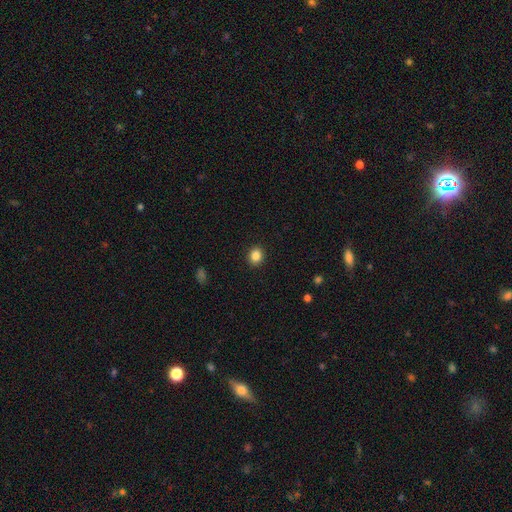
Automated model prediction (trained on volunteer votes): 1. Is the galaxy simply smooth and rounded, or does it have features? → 85% smooth, 10% star or artifact, 4% featured or disk.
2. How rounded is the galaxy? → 69% round, 30% in between, 1% cigar-shaped.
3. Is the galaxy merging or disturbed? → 91% none, 6% minor disturbance, 2% major disturbance, 1% merger.